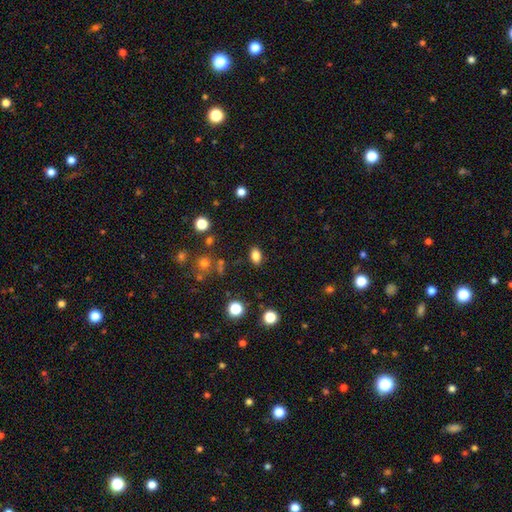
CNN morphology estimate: Overall: smooth (82%). How rounded: in between (85%). Merging: none (85%).